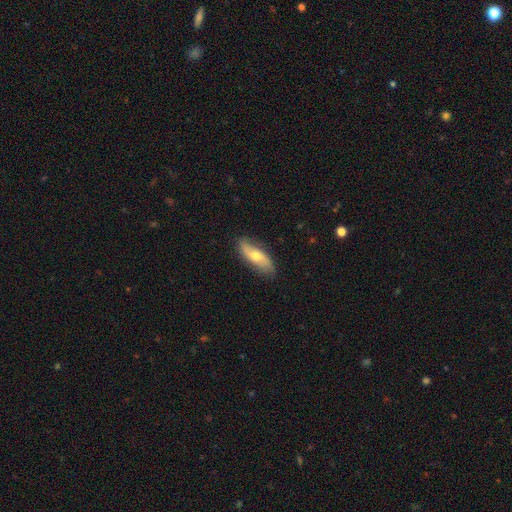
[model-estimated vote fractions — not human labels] Smooth or featured: featured or disk — 49% (smooth — 45%)
Merging: none — 82% (minor disturbance — 14%)